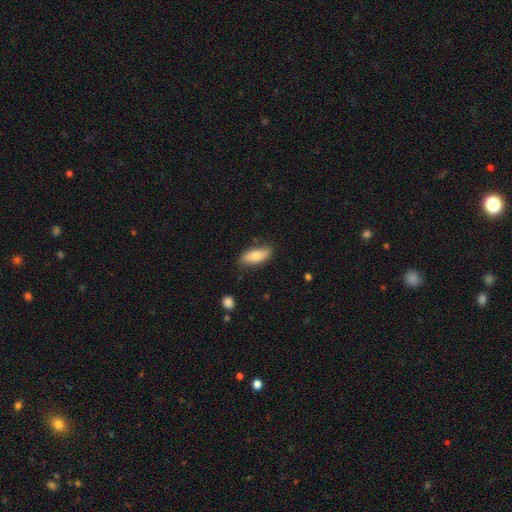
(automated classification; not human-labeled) Overall: smooth (76%). How rounded: in between (77%). Merging: none (80%).